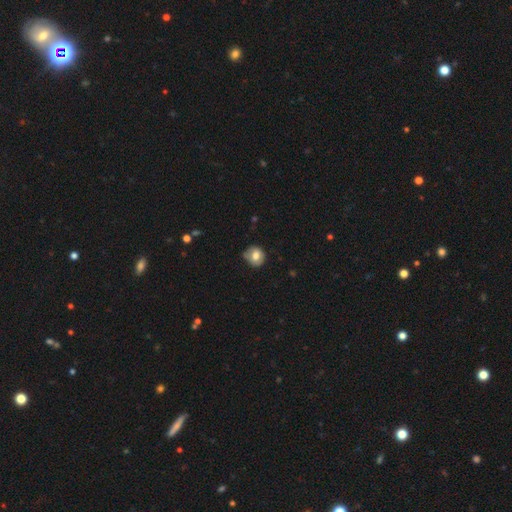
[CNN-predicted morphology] smooth_or_featured: smooth (p=0.73) [alt: featured or disk p=0.19]
how_rounded: round (p=0.80) [alt: in between p=0.19]
merging: none (p=0.69) [alt: minor disturbance p=0.24]